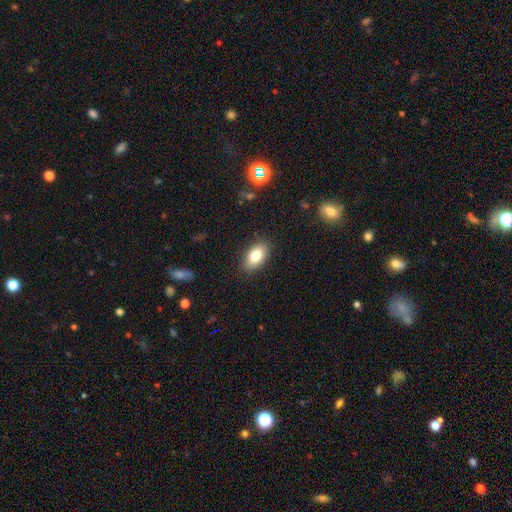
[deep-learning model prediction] A smooth galaxy with no disk features (81%) that is in between round and cigar-shaped (91%). Merging: none (87%).